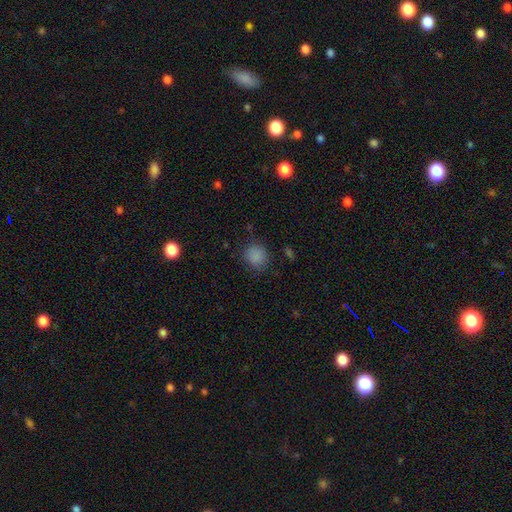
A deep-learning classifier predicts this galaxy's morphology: Q: Smooth or featured?
A: smooth (85%); runner-up: star or artifact (11%)
Q: How rounded?
A: round (82%); runner-up: in between (17%)
Q: Merging?
A: none (81%); runner-up: minor disturbance (13%)